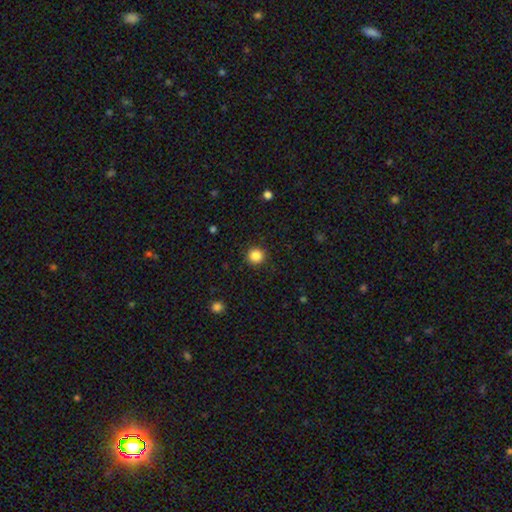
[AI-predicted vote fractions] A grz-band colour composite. It shows a smooth galaxy with no disk features (86%) that is round (94%). Merging: none (91%).